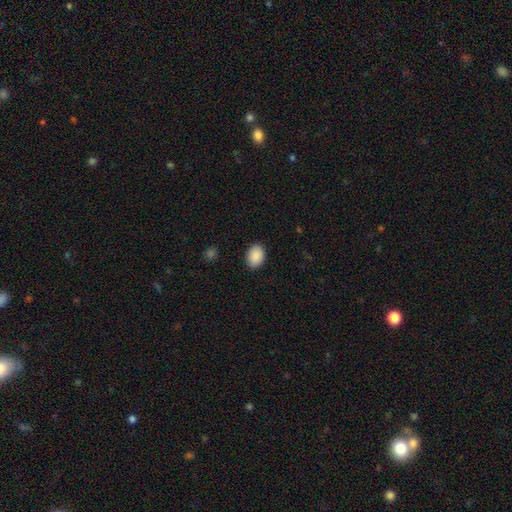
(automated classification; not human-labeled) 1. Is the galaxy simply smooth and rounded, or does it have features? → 91% smooth, 7% star or artifact, 3% featured or disk.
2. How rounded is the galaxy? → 77% in between, 23% round, 1% cigar-shaped.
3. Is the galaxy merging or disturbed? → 89% none, 8% minor disturbance, 2% major disturbance, 1% merger.